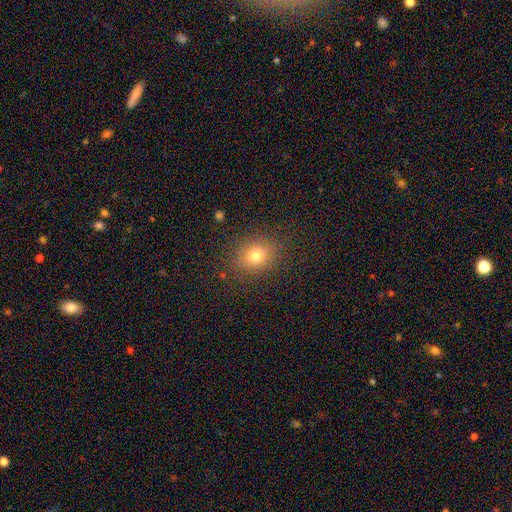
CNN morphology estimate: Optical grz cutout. It shows a smooth galaxy with no disk features (76%) that is round (58%). Merging: none (85%).